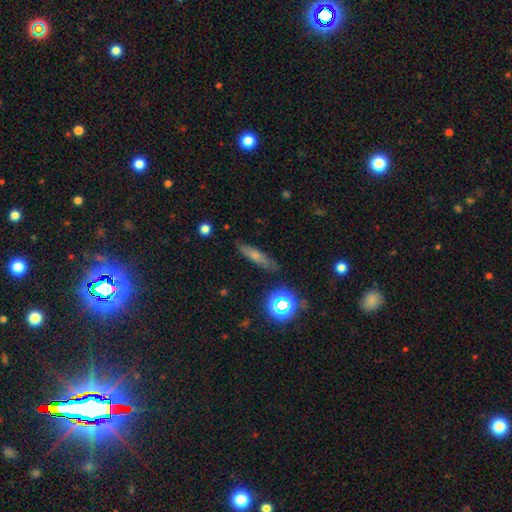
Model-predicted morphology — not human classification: Smooth or featured?
  - smooth: 60% *
  - featured or disk: 26%
  - star or artifact: 14%
How rounded?
  - cigar-shaped: 71% *
  - in between: 23%
  - round: 6%
Merging?
  - none: 81% *
  - minor disturbance: 14%
  - major disturbance: 3%
  - merger: 2%